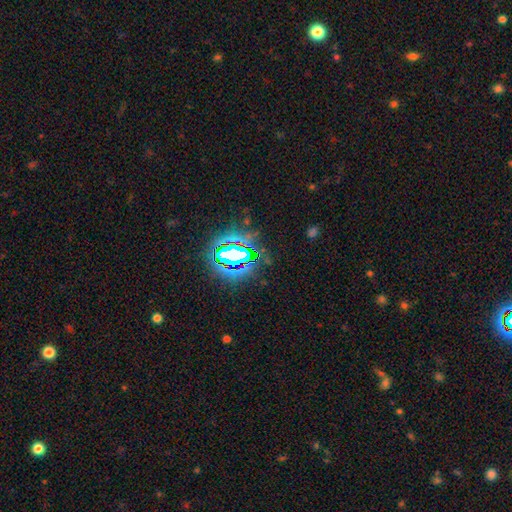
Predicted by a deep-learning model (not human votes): A star or artifact, not a galaxy (83%).

Vote fractions:
- Smooth or featured? star or artifact: 83% / smooth: 9% / featured or disk: 7%